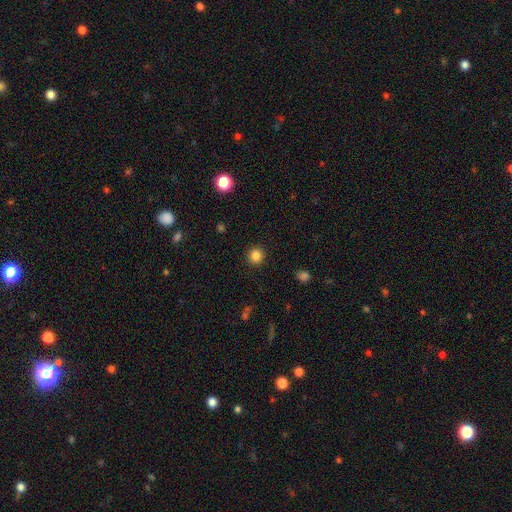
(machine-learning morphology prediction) Smooth or featured? smooth (84%)
How rounded? round (94%)
Merging? none (92%)